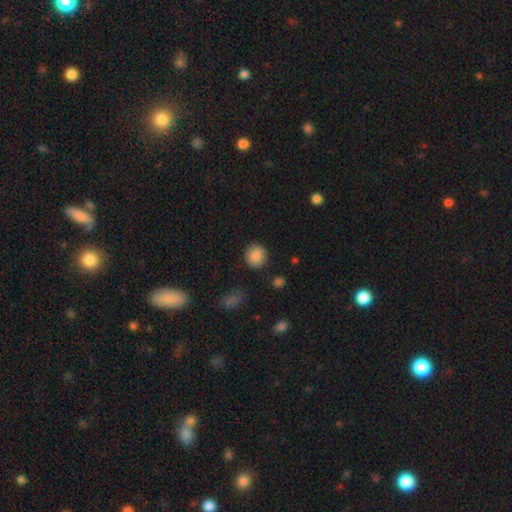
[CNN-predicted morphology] Q: Smooth or featured?
A: smooth (86%); runner-up: star or artifact (8%)
Q: How rounded?
A: round (87%); runner-up: in between (12%)
Q: Merging?
A: none (88%); runner-up: minor disturbance (8%)